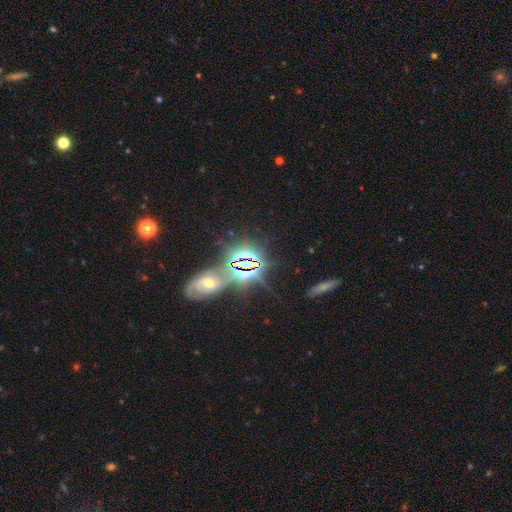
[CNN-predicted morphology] This is likely a star or artifact rather than a galaxy (70%).